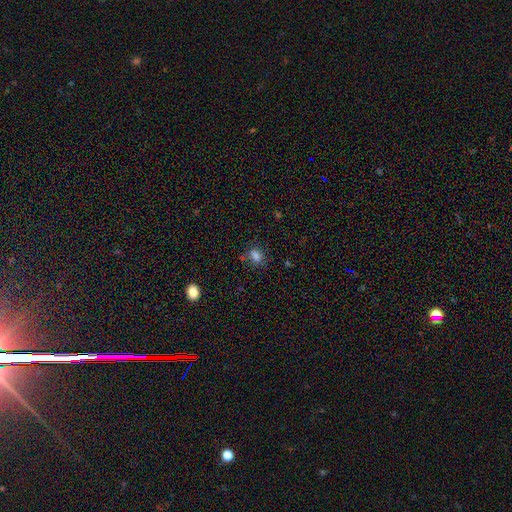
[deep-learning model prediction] smooth-or-featured: smooth: 79% | star or artifact: 14% | featured or disk: 8%
  how-rounded: in between: 60% | round: 38% | cigar-shaped: 2%
  merging: none: 71% | minor disturbance: 17% | merger: 8% | major disturbance: 5%